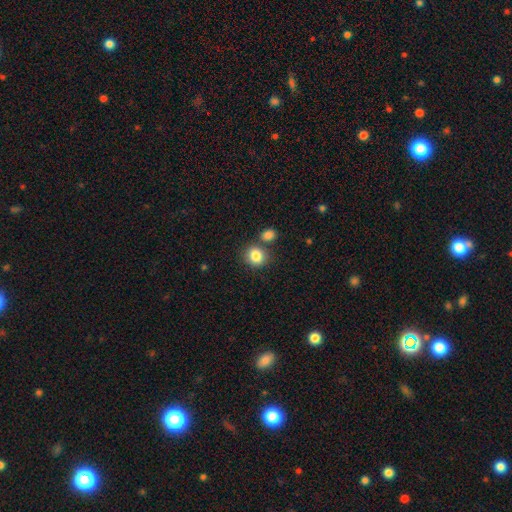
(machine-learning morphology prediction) The model was most divided on "merging": none: 69%, merger: 18%, minor disturbance: 10%, major disturbance: 3%. More confident: smooth or featured — smooth (84%); how rounded — round (79%).